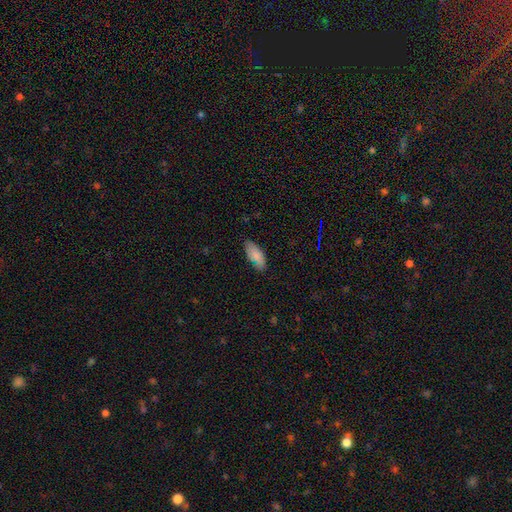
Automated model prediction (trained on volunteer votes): Smooth or featured? Predicted: smooth (p=0.84). How rounded? Predicted: in between (p=0.88). Merging? Predicted: none (p=0.79).